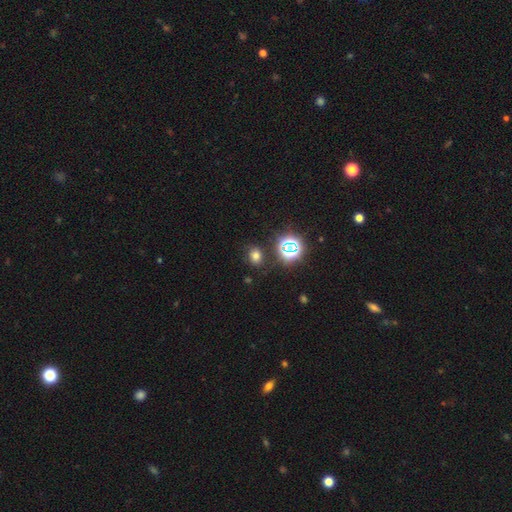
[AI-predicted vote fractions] Morphology: type=smooth (66%); roundness=round (51%); merging=none (82%).